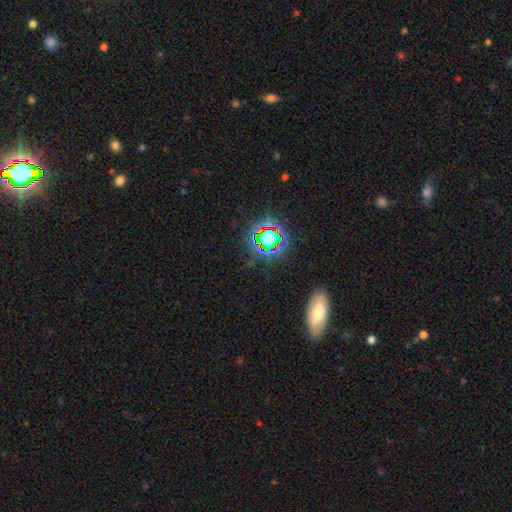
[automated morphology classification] A star or artifact, not a galaxy (58%).

Vote fractions:
- Smooth or featured? star or artifact: 58% / smooth: 28% / featured or disk: 14%